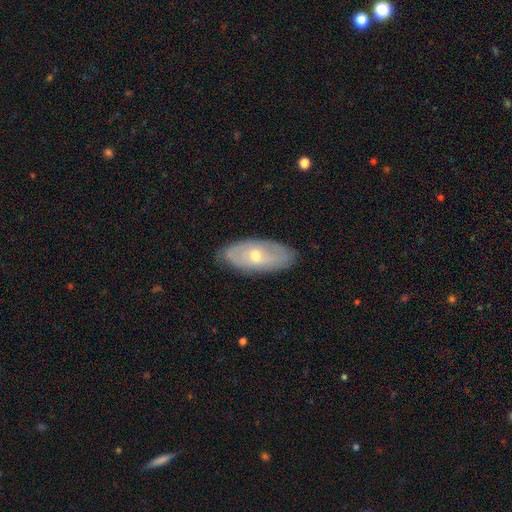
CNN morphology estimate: smooth-or-featured: featured or disk: 56% | smooth: 38% | star or artifact: 6%
  disk-edge-on: no: 84% | yes: 16%
  merging: none: 80% | minor disturbance: 15% | major disturbance: 3% | merger: 1%